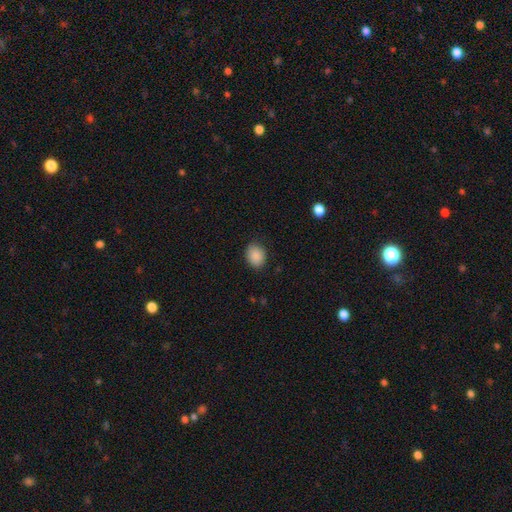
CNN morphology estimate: smooth 89%, star or artifact 8%, featured or disk 3%. Down the decision tree: how rounded — in between (52%); merging — none (85%).